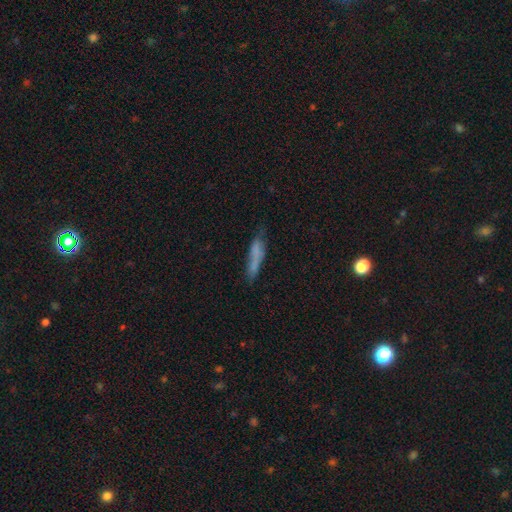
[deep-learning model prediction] A smooth galaxy with no disk features (64%) that is cigar-shaped (80%). Merging: none (51%).